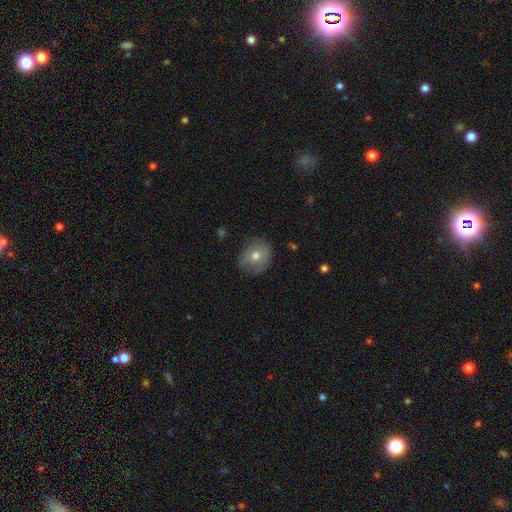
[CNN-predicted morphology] smooth_or_featured: smooth (p=0.61) [alt: featured or disk p=0.30]
how_rounded: round (p=0.60) [alt: in between p=0.39]
merging: none (p=0.70) [alt: minor disturbance p=0.22]